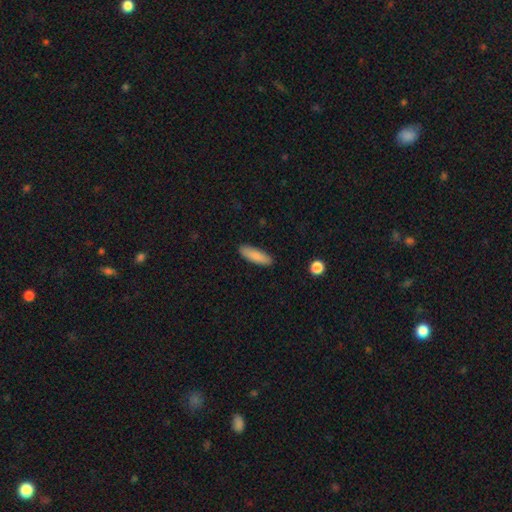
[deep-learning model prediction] Smooth or featured?
  - smooth: 87% *
  - featured or disk: 7%
  - star or artifact: 6%
How rounded?
  - cigar-shaped: 55% *
  - in between: 44%
  - round: 2%
Merging?
  - none: 88% *
  - minor disturbance: 9%
  - major disturbance: 2%
  - merger: 1%